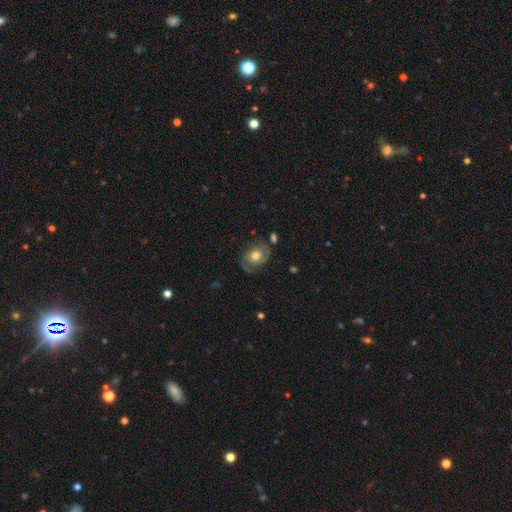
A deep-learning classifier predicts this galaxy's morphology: featured or disk 56%, smooth 36%, star or artifact 8%. Down the decision tree: edge-on disk — no (95%); bar — no (79%); spiral arms — yes (71%); bulge size — moderate (66%); merging — none (65%).